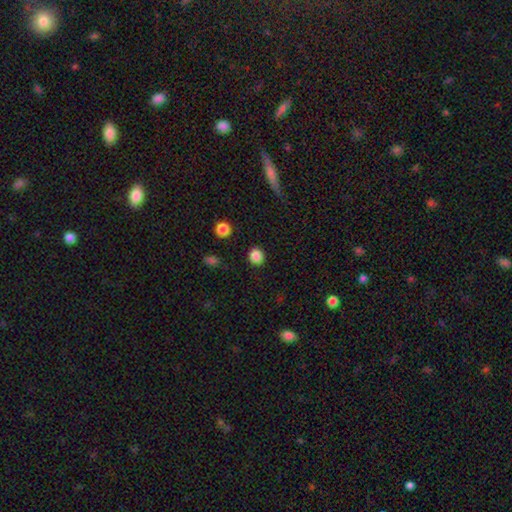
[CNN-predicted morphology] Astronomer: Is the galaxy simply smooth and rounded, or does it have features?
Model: smooth — 86%.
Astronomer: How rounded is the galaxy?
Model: round — 80%.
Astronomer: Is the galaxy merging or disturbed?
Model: none — 89%.